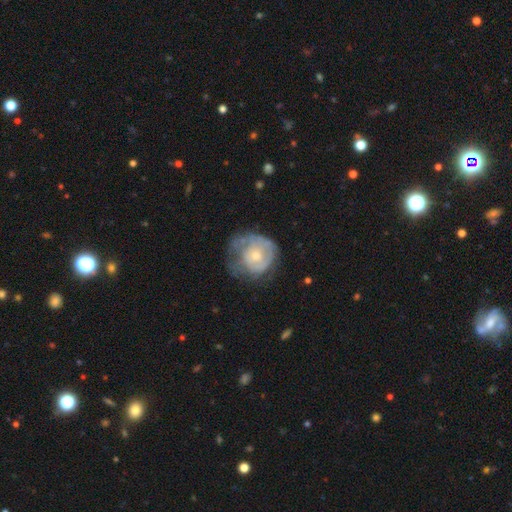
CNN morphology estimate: Q: Smooth or featured?
A: featured or disk (54%); runner-up: smooth (39%)
Q: Edge-on disk?
A: no (97%); runner-up: yes (3%)
Q: Bar?
A: no (83%); runner-up: weak (15%)
Q: Spiral arms?
A: yes (50%); tied with: no (50%)
Q: Bulge size?
A: moderate (47%); runner-up: small (45%)
Q: Merging?
A: none (40%); runner-up: minor disturbance (30%)